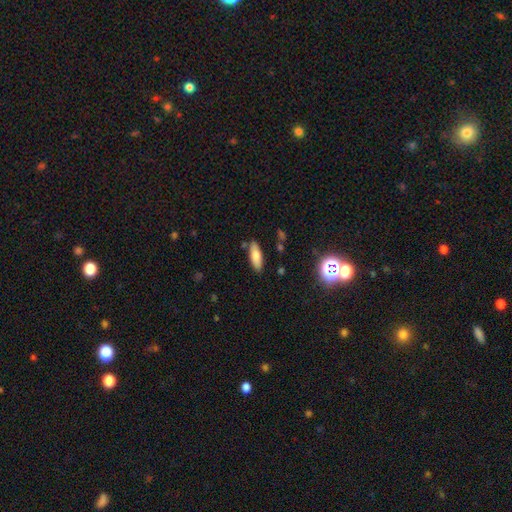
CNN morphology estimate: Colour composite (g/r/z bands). It shows a smooth galaxy with no disk features (74%) that is in between round and cigar-shaped (63%). Merging: none (82%).